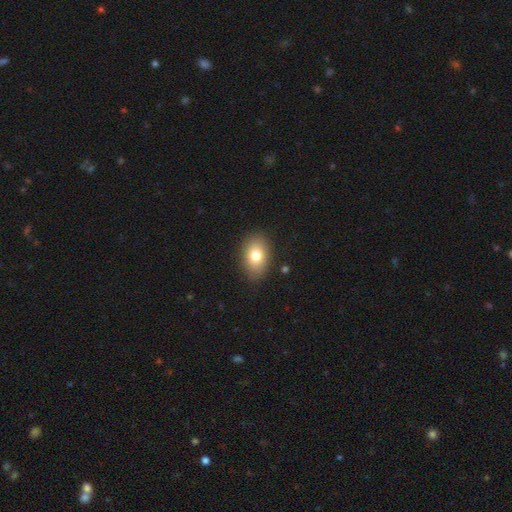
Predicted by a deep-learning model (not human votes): This is likely a smooth galaxy (80%). How rounded: clearly in between (85%). Merging: clearly none (86%).